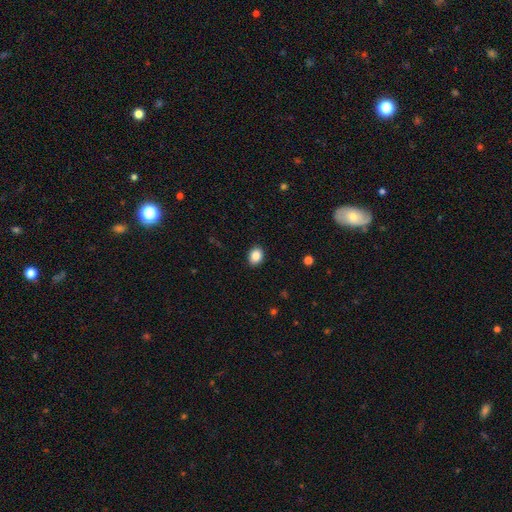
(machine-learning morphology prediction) This appears to be a smooth galaxy with no disk features (87%) that is in between round and cigar-shaped (56%). Merging: none (91%).